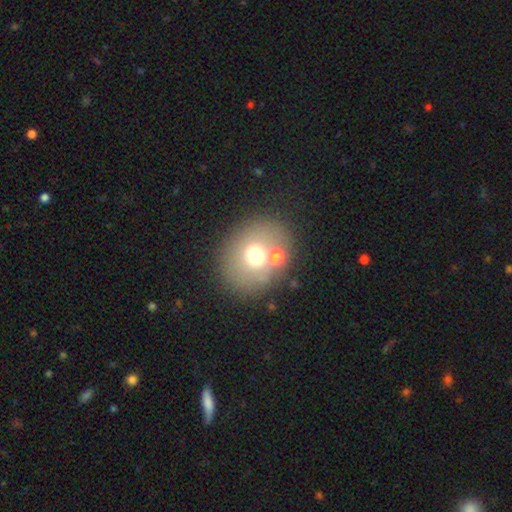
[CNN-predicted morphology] A smooth galaxy with no disk features (64%) that is round (62%). Merging: none (69%).